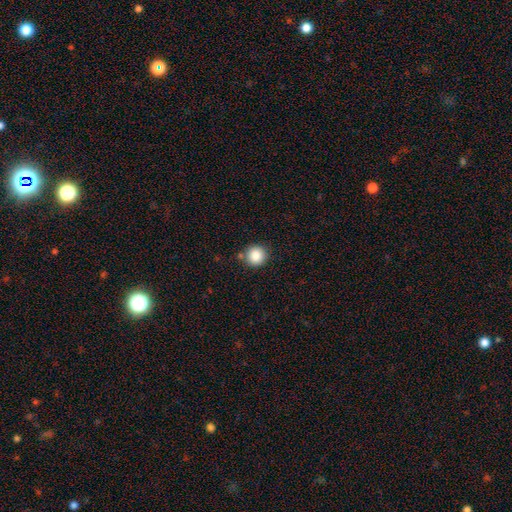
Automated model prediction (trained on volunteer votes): smooth_or_featured: smooth (p=0.86) [alt: star or artifact p=0.10]
how_rounded: round (p=0.92) [alt: in between p=0.07]
merging: none (p=0.83) [alt: minor disturbance p=0.10]